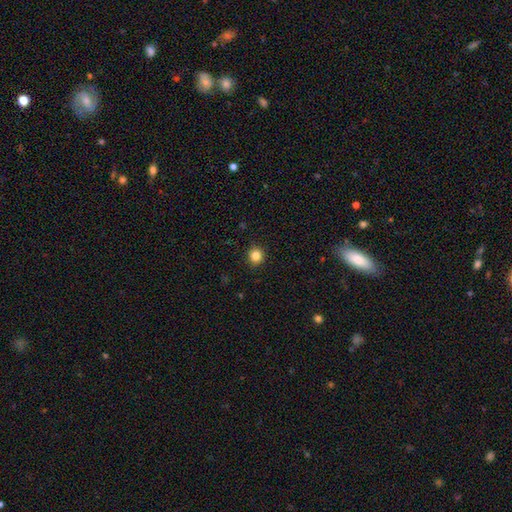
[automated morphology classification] A smooth galaxy with no disk features (84%) that is round (91%). Merging: none (92%).